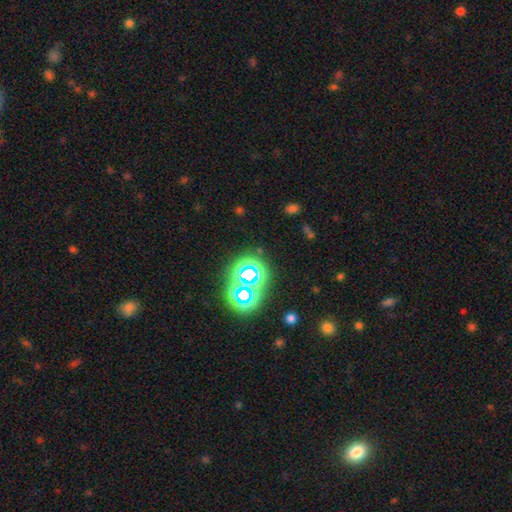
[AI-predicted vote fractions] This appears to be a star or artifact, not a galaxy (42%).